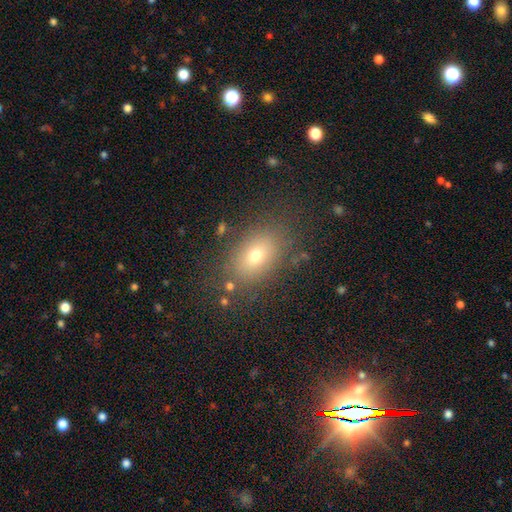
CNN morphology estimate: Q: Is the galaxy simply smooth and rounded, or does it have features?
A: smooth — 71%.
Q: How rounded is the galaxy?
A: in between — 77%.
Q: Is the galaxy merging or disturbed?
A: none — 80%.